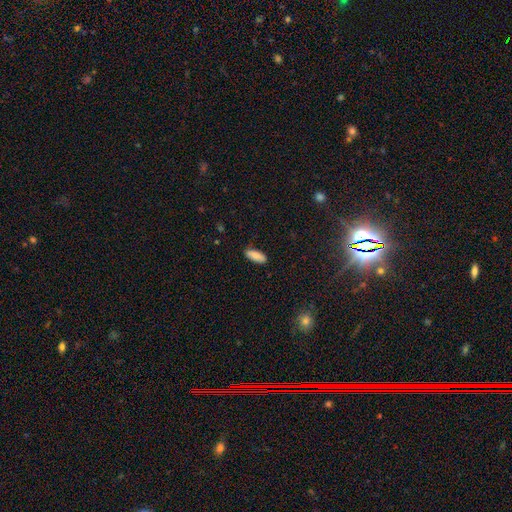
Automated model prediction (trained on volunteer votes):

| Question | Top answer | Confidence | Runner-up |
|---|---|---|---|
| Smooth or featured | smooth | 86% | featured or disk (7%) |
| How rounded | in between | 72% | cigar-shaped (26%) |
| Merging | none | 86% | minor disturbance (11%) |